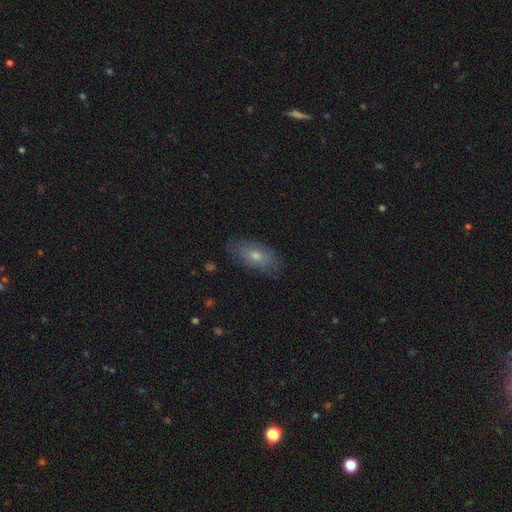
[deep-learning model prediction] Smooth or featured? Predicted: smooth (p=0.59). How rounded? Predicted: in between (p=0.84). Merging? Predicted: none (p=0.79).